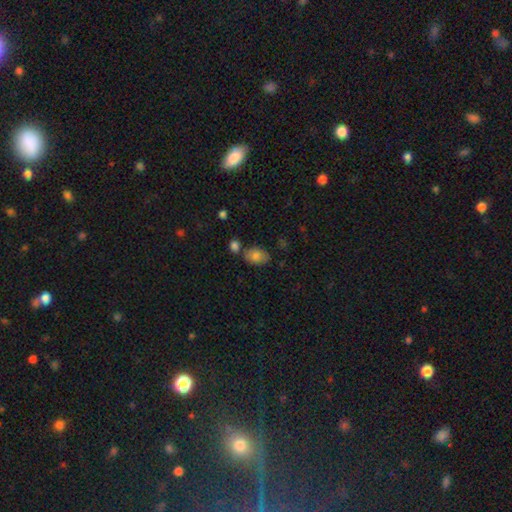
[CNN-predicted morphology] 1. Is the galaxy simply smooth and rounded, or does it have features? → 80% smooth, 12% featured or disk, 9% star or artifact.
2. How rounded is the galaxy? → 81% in between, 17% round, 1% cigar-shaped.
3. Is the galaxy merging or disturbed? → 65% none, 17% minor disturbance, 14% merger, 4% major disturbance.